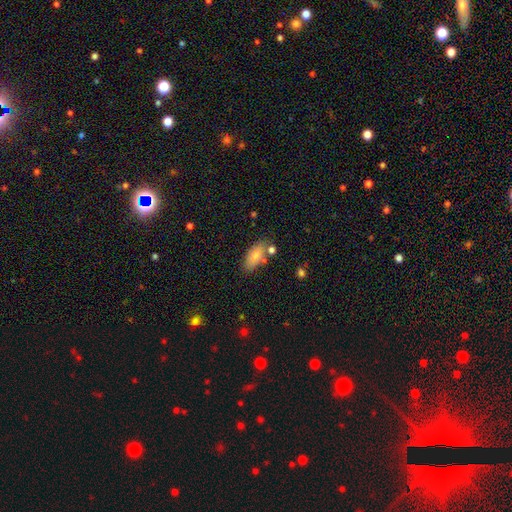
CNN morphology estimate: A smooth galaxy with no disk features (78%) that is in between round and cigar-shaped (86%). Merging: none (72%).